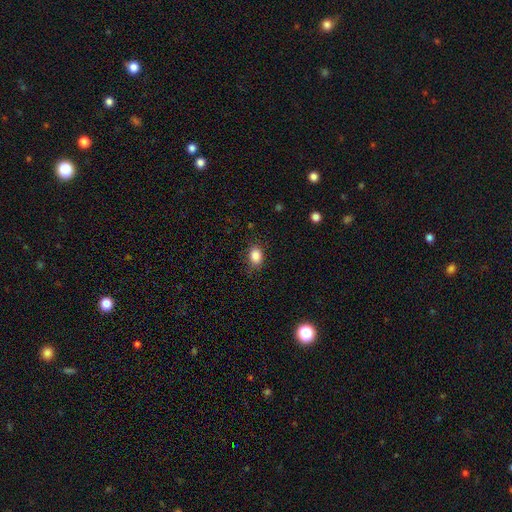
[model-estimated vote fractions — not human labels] A smooth galaxy with no disk features (86%) that is in between round and cigar-shaped (72%). Merging: none (81%).